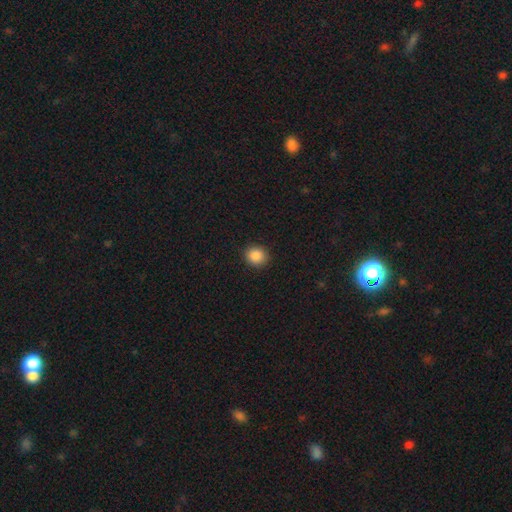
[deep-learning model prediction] Morphology: type=smooth (88%); roundness=round (81%); merging=none (91%).